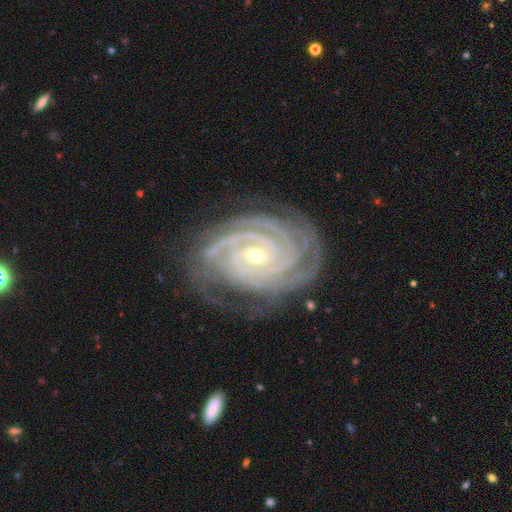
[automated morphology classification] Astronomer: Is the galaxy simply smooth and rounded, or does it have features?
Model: featured or disk — 93%.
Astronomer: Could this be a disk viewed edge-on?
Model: no — 98%.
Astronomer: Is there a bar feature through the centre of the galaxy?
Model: no — 48% (runner-up: weak, 33%).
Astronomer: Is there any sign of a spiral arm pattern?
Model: yes — 99%.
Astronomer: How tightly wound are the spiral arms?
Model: tight — 87%.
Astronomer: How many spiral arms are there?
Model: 4 — 28% (runner-up: 3, 26%).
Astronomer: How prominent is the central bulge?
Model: small — 62%.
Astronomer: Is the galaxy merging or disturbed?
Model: none — 77%.